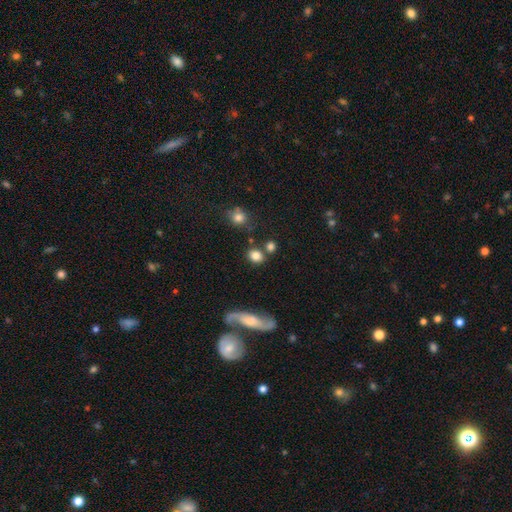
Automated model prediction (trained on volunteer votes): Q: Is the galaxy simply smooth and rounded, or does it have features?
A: smooth — 81%.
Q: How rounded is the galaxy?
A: round — 61%.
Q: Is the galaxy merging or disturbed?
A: none — 71%.